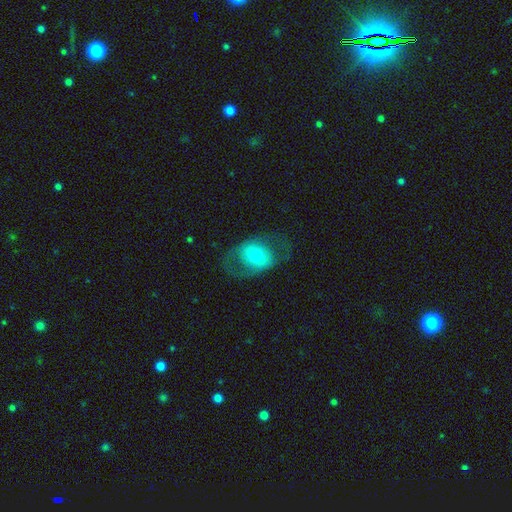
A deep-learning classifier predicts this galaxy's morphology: Overall: featured or disk (47%; smooth 46%). Merging: none (63%).